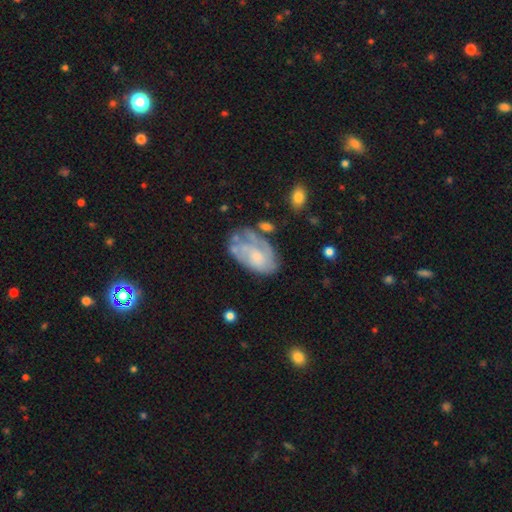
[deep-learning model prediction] The model was most divided on "merging": none: 45%, minor disturbance: 28%, major disturbance: 18%, merger: 10%. Remaining: edge-on disk — no (96%); bar — no (75%); spiral arms — yes (61%); smooth or featured — featured or disk (60%); bulge size — small (50%).